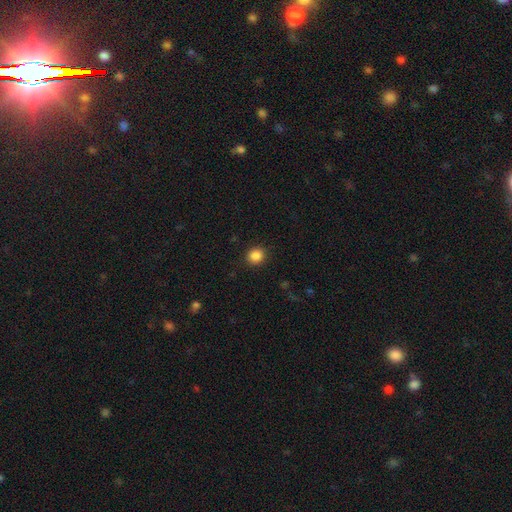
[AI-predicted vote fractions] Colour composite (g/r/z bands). It shows a smooth galaxy with no disk features (86%) that is round (85%). Merging: none (91%).